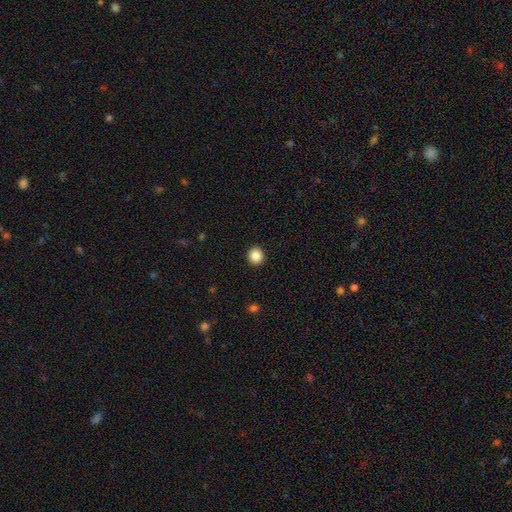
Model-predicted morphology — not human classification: A smooth galaxy with no disk features (87%) that is round (88%). Merging: none (93%).